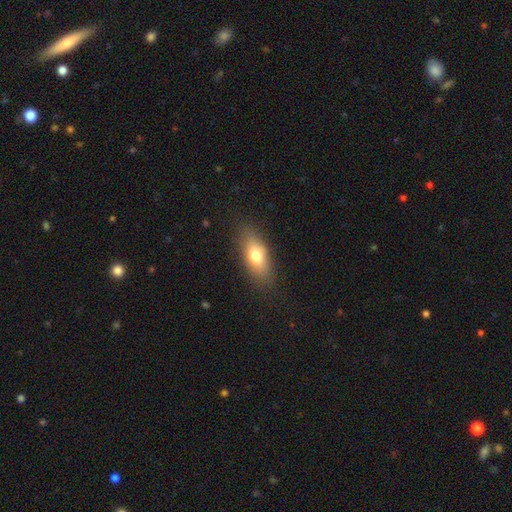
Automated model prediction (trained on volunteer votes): Smooth or featured?
  - smooth: 73% *
  - featured or disk: 19%
  - star or artifact: 8%
How rounded?
  - in between: 80% *
  - cigar-shaped: 14%
  - round: 6%
Merging?
  - none: 82% *
  - minor disturbance: 13%
  - major disturbance: 4%
  - merger: 1%